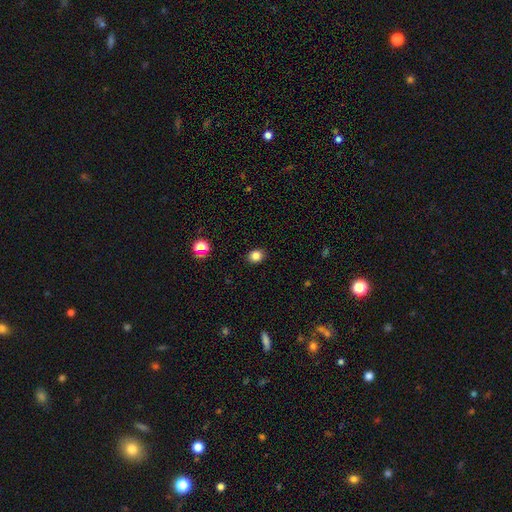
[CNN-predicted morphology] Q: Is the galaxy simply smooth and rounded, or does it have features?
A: smooth — 83%.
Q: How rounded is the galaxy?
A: round — 67%.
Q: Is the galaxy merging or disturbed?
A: none — 89%.